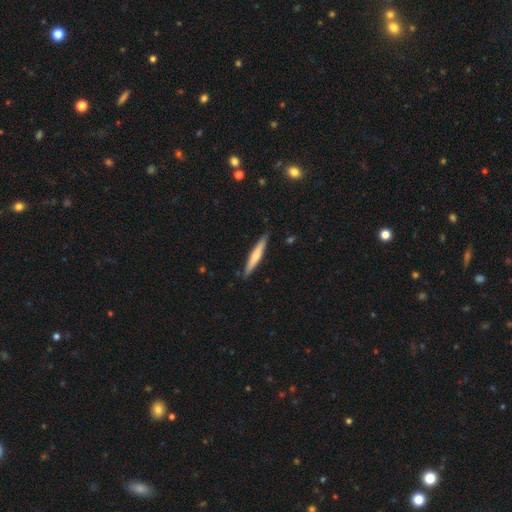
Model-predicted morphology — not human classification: Overall: smooth (57%; featured or disk 38%). How rounded: cigar-shaped (94%). Merging: none (89%).